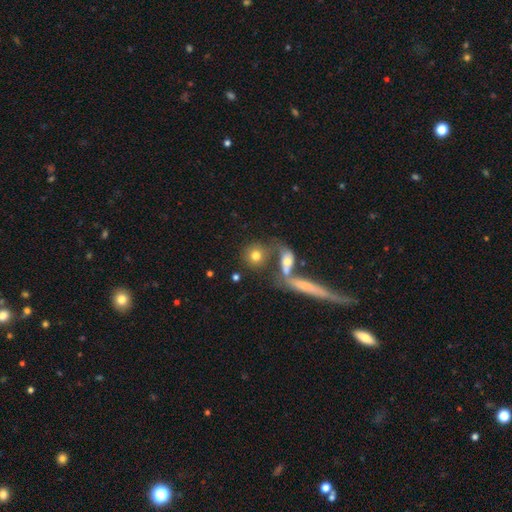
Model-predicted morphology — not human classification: Smooth or featured? Predicted: smooth (p=0.74). How rounded? Predicted: round (p=0.74). Merging? Predicted: none (p=0.46).